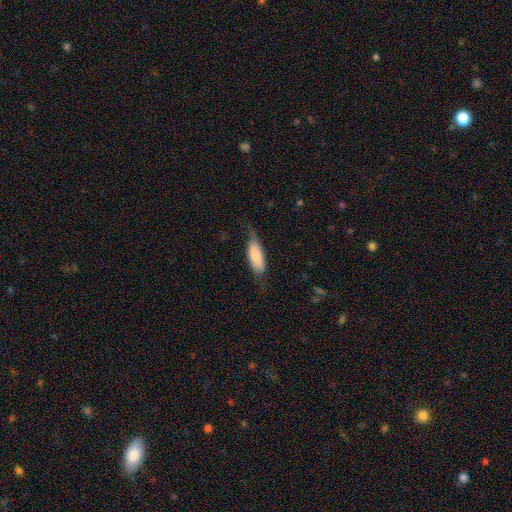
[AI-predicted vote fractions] Overall: smooth (75%). How rounded: in between (70%). Merging: none (55%; minor disturbance 32%).